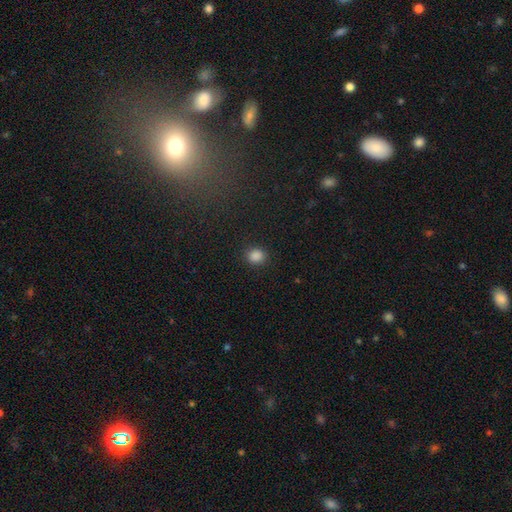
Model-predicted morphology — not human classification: This appears to be a smooth galaxy with no disk features (86%) that is round (76%). Merging: none (88%).